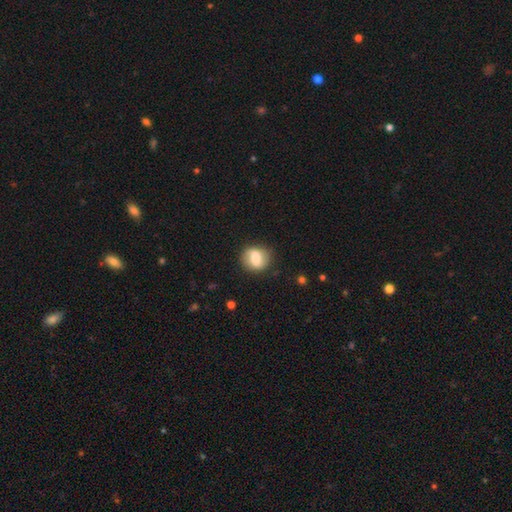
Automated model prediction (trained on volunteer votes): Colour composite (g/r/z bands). It shows a smooth galaxy with no disk features (56%) that is round (77%). Merging: none (81%).